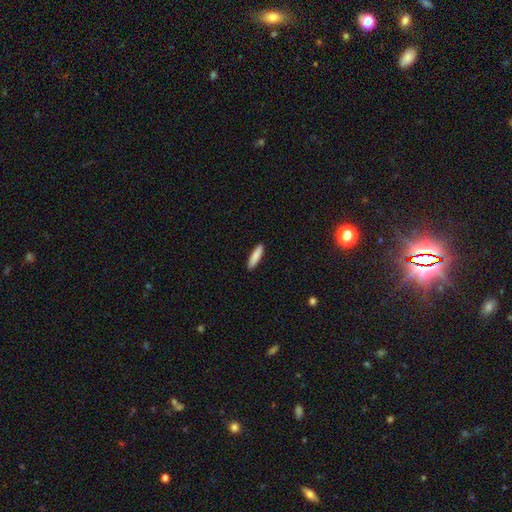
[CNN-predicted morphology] smooth_or_featured: smooth (p=0.87) [alt: featured or disk p=0.08]
how_rounded: cigar-shaped (p=0.76) [alt: in between p=0.22]
merging: none (p=0.91) [alt: minor disturbance p=0.06]